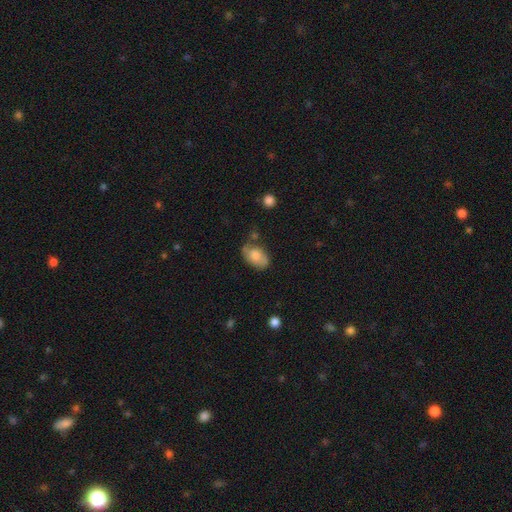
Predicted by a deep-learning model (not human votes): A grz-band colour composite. It shows a smooth galaxy with no disk features (69%) that is in between round and cigar-shaped (90%). Merging: none (52%).